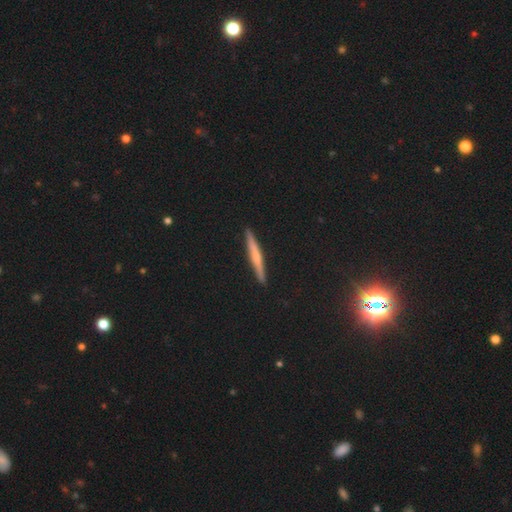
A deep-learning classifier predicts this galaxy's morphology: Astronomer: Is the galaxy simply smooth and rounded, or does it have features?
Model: featured or disk — 47% (runner-up: smooth, 44%).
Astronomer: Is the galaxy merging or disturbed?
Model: none — 92%.